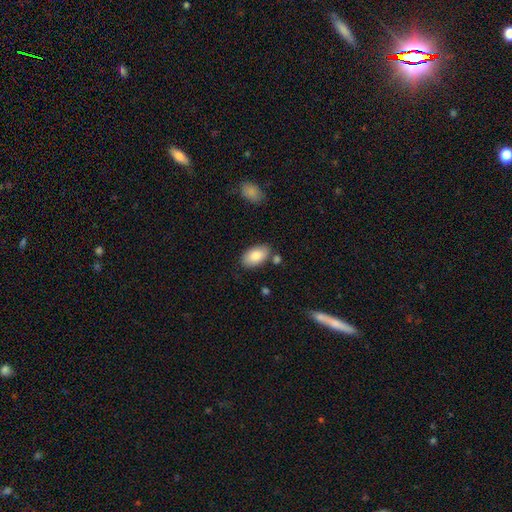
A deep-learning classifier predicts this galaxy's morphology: A smooth galaxy with no disk features (85%) that is in between round and cigar-shaped (94%). Merging: none (78%).